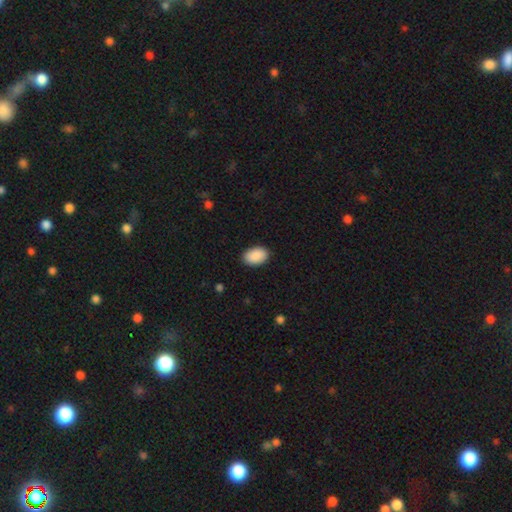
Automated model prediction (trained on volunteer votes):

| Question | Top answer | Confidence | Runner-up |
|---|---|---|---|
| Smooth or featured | smooth | 91% | star or artifact (6%) |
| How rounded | in between | 90% | round (9%) |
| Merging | none | 89% | minor disturbance (8%) |